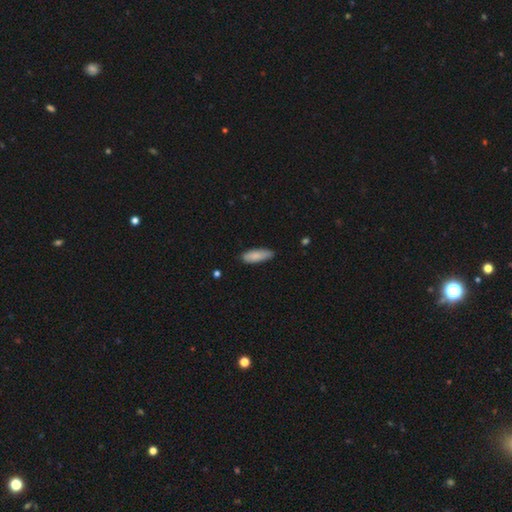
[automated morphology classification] smooth_or_featured: smooth (p=0.87) [alt: featured or disk p=0.07]
how_rounded: in between (p=0.61) [alt: cigar-shaped p=0.37]
merging: none (p=0.80) [alt: minor disturbance p=0.16]